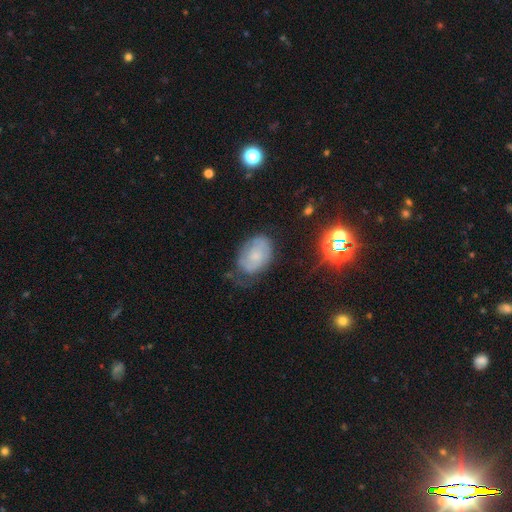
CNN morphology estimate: This is possibly a featured or disk galaxy (46%). Merging: possibly none (52%).